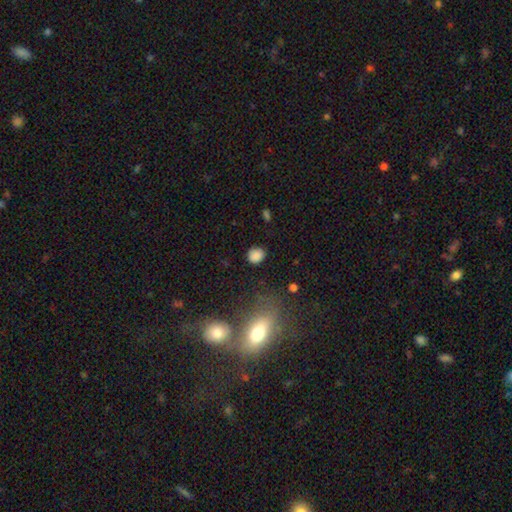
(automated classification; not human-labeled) smooth_or_featured: smooth (p=0.84) [alt: star or artifact p=0.11]
how_rounded: round (p=0.70) [alt: in between p=0.29]
merging: none (p=0.82) [alt: minor disturbance p=0.12]